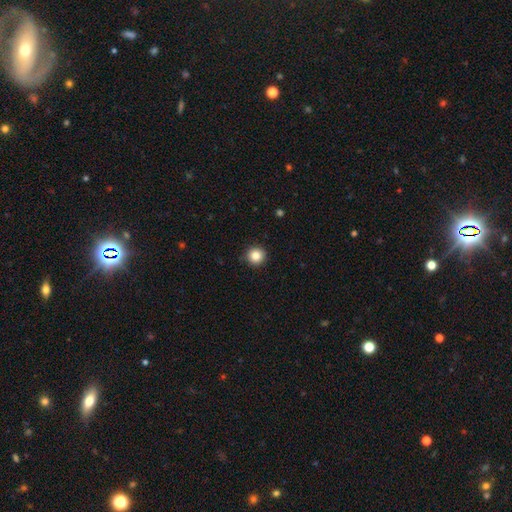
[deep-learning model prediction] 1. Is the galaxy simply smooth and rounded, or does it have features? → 85% smooth, 10% star or artifact, 5% featured or disk.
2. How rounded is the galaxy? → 95% round, 5% in between, 1% cigar-shaped.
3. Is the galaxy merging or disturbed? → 91% none, 6% minor disturbance, 2% major disturbance, 1% merger.